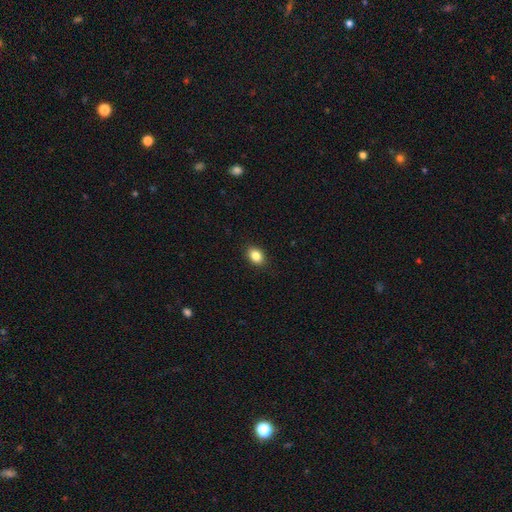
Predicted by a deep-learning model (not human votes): This is clearly a smooth galaxy (85%). How rounded: likely in between (72%). Merging: clearly none (89%).